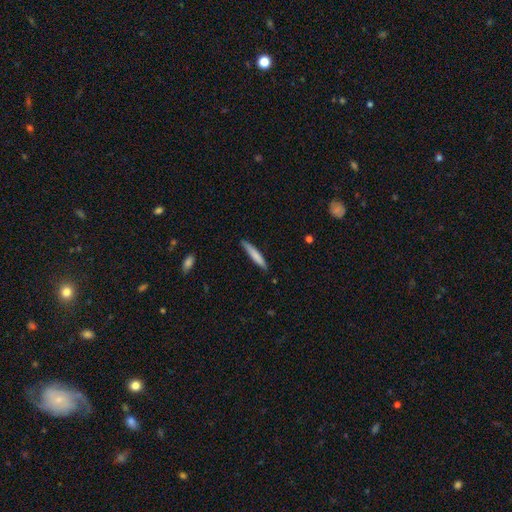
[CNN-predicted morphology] Smooth or featured: smooth — 74% (featured or disk — 20%)
How rounded: cigar-shaped — 93% (in between — 6%)
Merging: none — 85% (minor disturbance — 12%)